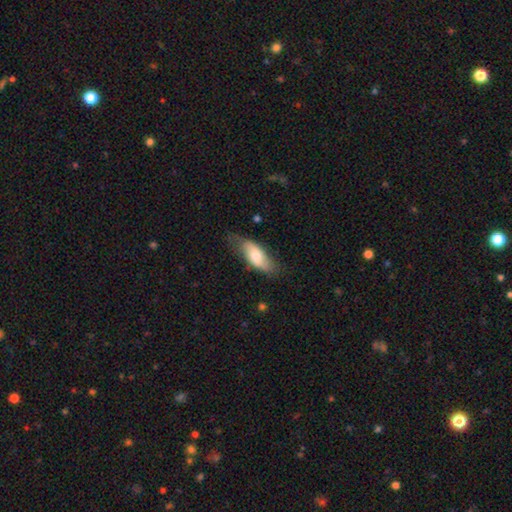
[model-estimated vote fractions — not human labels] Smooth or featured? Predicted: smooth (p=0.63). How rounded? Predicted: in between (p=0.79). Merging? Predicted: none (p=0.62).